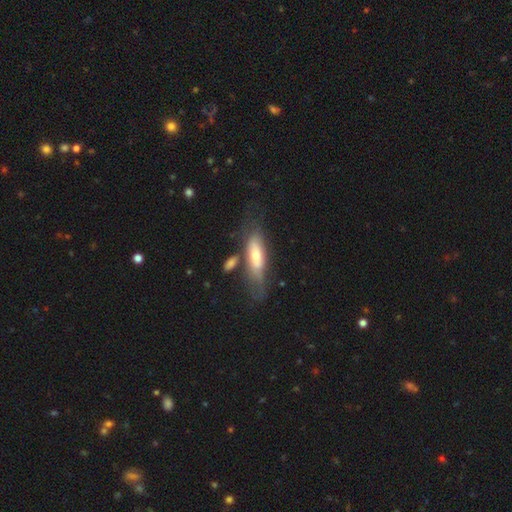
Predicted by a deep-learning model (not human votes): Morphology: type=smooth (50%); roundness=cigar-shaped (58%); merging=none (60%).